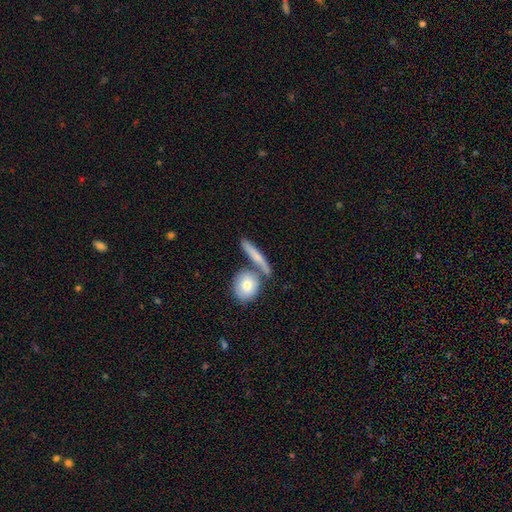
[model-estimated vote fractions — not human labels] smooth 63%, featured or disk 30%, star or artifact 7%. Down the decision tree: how rounded — cigar-shaped (69%); merging — none (63%).